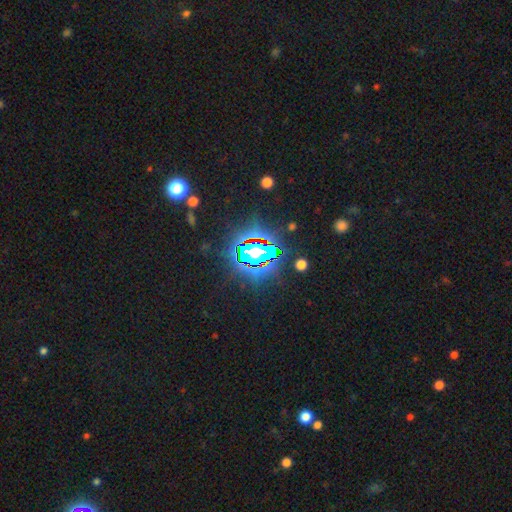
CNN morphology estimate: star or artifact 80%, smooth 11%, featured or disk 8%.